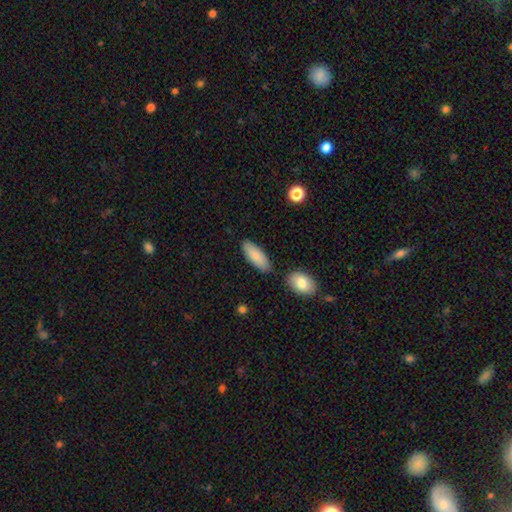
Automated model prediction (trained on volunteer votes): Smooth or featured?
  - smooth: 86% *
  - featured or disk: 8%
  - star or artifact: 6%
How rounded?
  - in between: 79% *
  - cigar-shaped: 19%
  - round: 2%
Merging?
  - none: 79% *
  - minor disturbance: 12%
  - merger: 6%
  - major disturbance: 3%